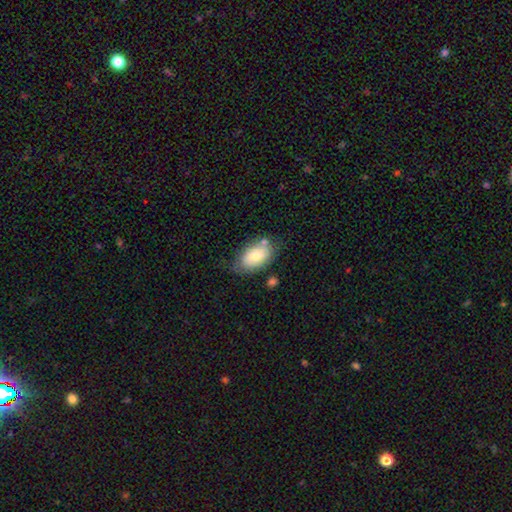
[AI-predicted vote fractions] This appears to be a smooth galaxy with no disk features (73%) that is in between round and cigar-shaped (91%). Merging: none (64%).